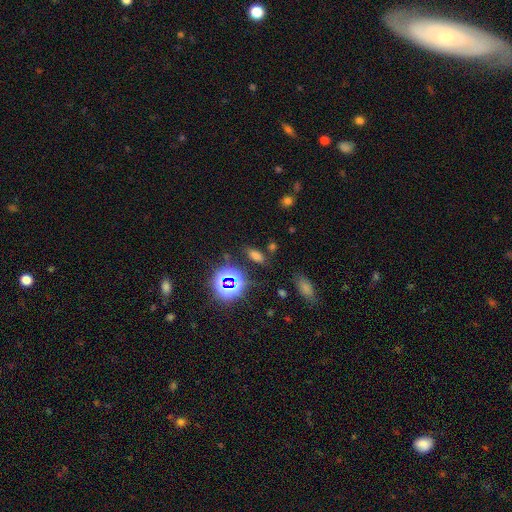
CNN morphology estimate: The model was most divided on "smooth or featured": smooth: 62%, star or artifact: 30%, featured or disk: 8%. More confident: how rounded — in between (79%); merging — none (78%).